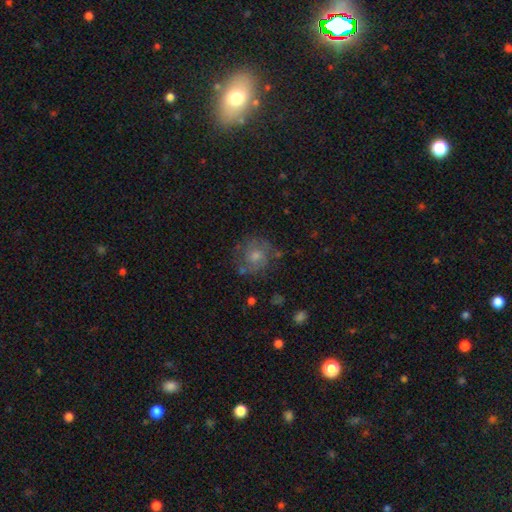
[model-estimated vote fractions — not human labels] Smooth or featured: featured or disk — 55% (smooth — 29%)
Edge-on disk: no — 97% (yes — 3%)
Bar: no — 75% (weak — 22%)
Spiral arms: yes — 83% (no — 17%)
Bulge size: moderate — 54% (small — 33%)
Merging: none — 75% (minor disturbance — 16%)